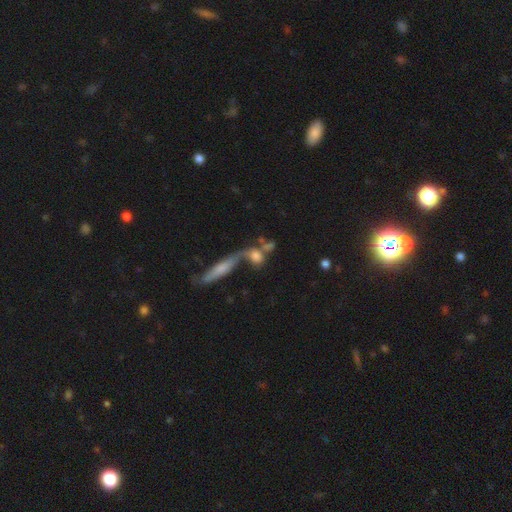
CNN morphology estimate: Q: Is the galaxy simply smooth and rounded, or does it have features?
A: smooth — 65%.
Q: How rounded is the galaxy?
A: in between — 49%.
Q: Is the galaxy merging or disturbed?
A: merger — 51%.